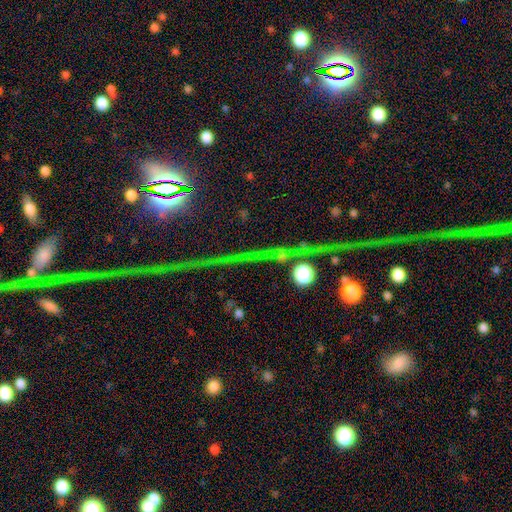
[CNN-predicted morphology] This is likely a star or artifact rather than a galaxy (74%).